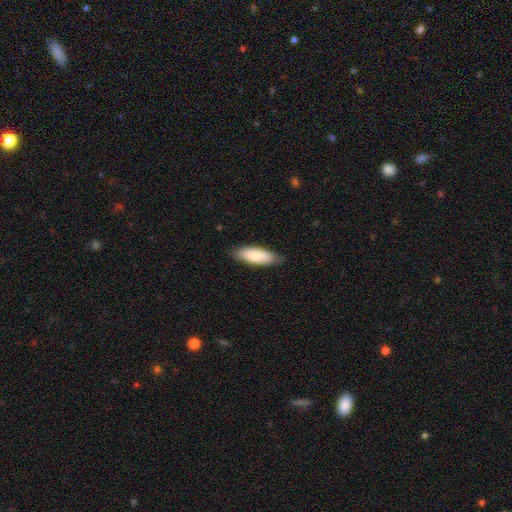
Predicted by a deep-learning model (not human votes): Smooth or featured? Predicted: smooth (p=0.84). How rounded? Predicted: in between (p=0.66). Merging? Predicted: none (p=0.81).